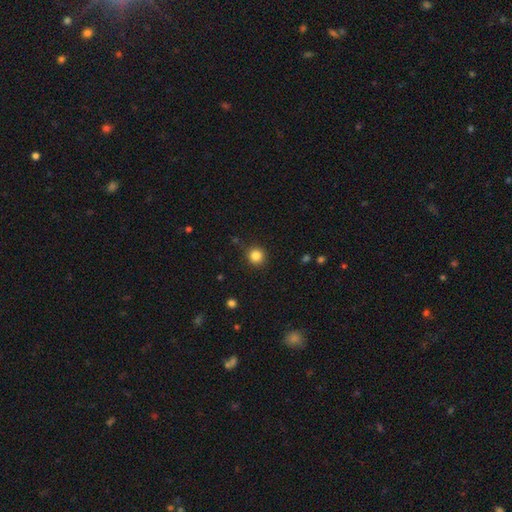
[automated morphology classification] smooth-or-featured: smooth: 84% | star or artifact: 12% | featured or disk: 5%
  how-rounded: round: 93% | in between: 6% | cigar-shaped: 1%
  merging: none: 89% | minor disturbance: 8% | major disturbance: 2% | merger: 2%